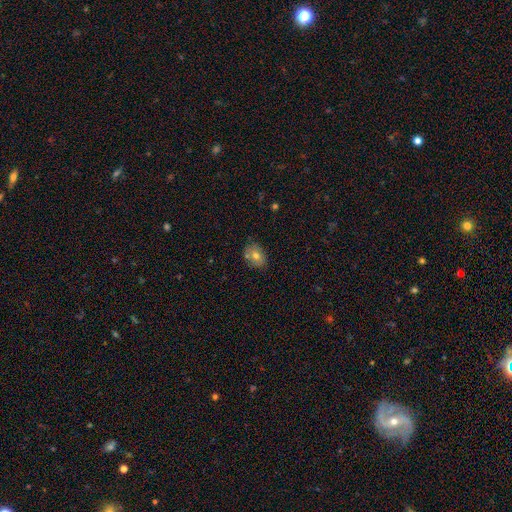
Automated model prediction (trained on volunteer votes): A smooth galaxy with no disk features (70%) that is in between round and cigar-shaped (62%).

Vote fractions:
- Smooth or featured? smooth: 70% / featured or disk: 20% / star or artifact: 11%
- How rounded? in between: 62% / round: 37% / cigar-shaped: 1%
- Merging? none: 73% / minor disturbance: 16% / merger: 8% / major disturbance: 3%